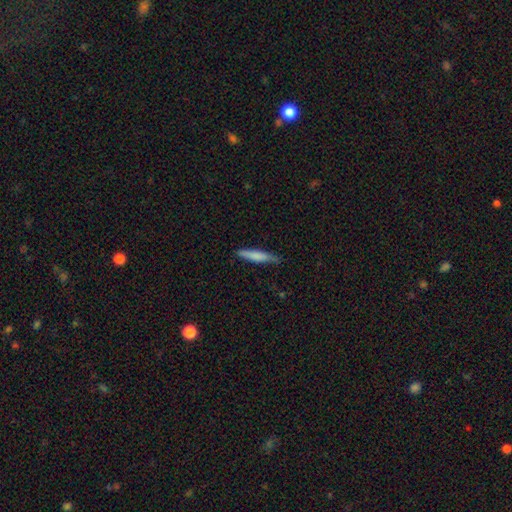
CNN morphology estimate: smooth 75%, featured or disk 19%, star or artifact 6%. Down the decision tree: how rounded — cigar-shaped (88%); merging — none (75%).